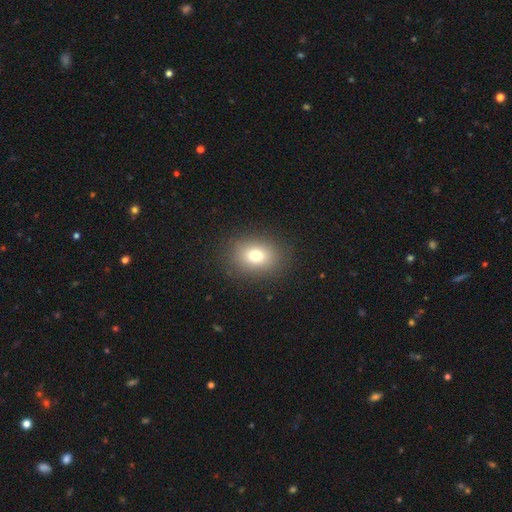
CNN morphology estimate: A smooth galaxy with no disk features (75%) that is in between round and cigar-shaped (57%). Merging: none (87%).